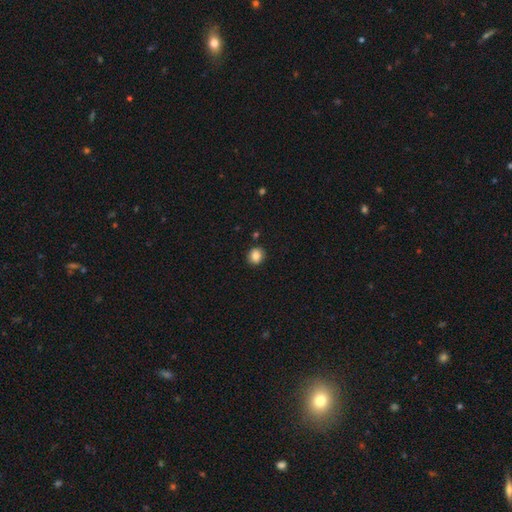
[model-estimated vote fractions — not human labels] Smooth or featured? Predicted: smooth (p=0.84). How rounded? Predicted: round (p=0.80). Merging? Predicted: none (p=0.88).